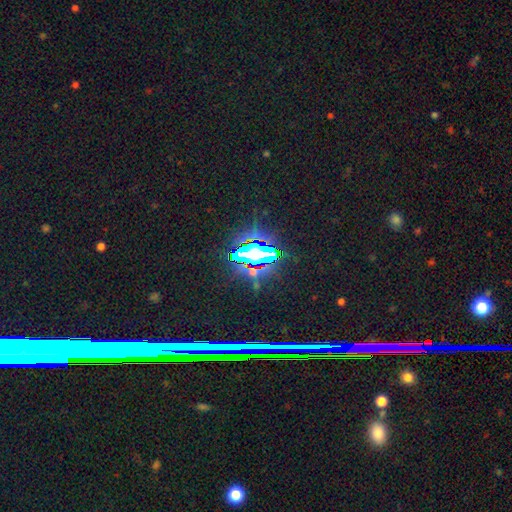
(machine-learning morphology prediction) This appears to be a star or artifact, not a galaxy (80%).